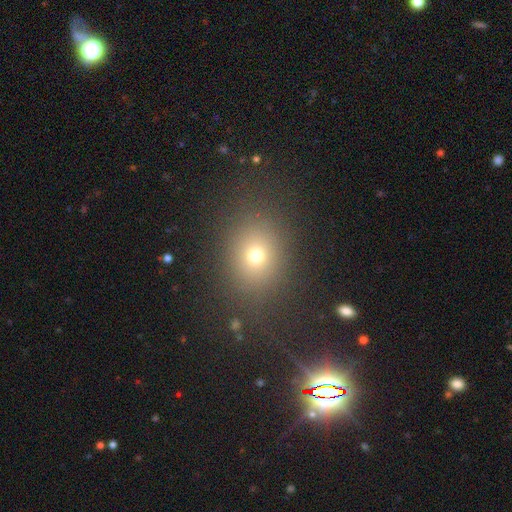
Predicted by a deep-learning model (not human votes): Overall: smooth (69%). How rounded: round (56%; in between 43%). Merging: none (81%).